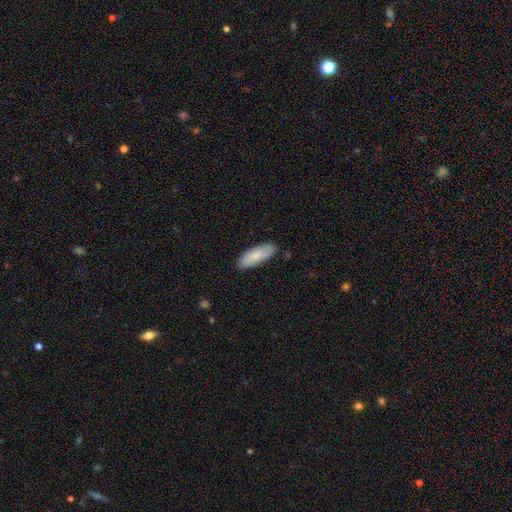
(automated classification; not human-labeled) Q: Smooth or featured?
A: smooth (83%); runner-up: featured or disk (11%)
Q: How rounded?
A: in between (65%); runner-up: cigar-shaped (33%)
Q: Merging?
A: none (85%); runner-up: minor disturbance (12%)